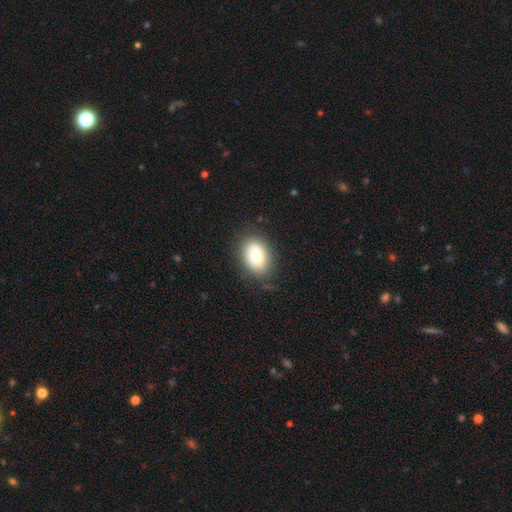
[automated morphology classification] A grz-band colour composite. It shows a smooth galaxy with no disk features (80%) that is in between round and cigar-shaped (83%). Merging: none (79%).